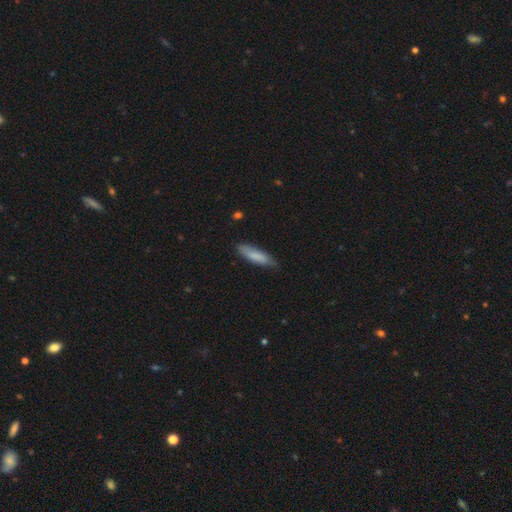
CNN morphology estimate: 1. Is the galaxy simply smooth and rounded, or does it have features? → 81% smooth, 13% featured or disk, 6% star or artifact.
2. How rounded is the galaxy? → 66% cigar-shaped, 32% in between, 1% round.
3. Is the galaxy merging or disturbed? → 76% none, 19% minor disturbance, 3% major disturbance, 1% merger.